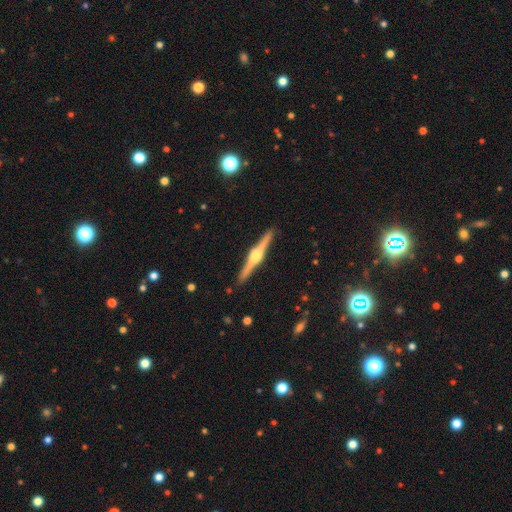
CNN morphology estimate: This is clearly a featured or disk galaxy (85%). It is clearly viewed edge-on (99%). Edge-on bulge: clearly rounded (94%). Merging: clearly none (92%).